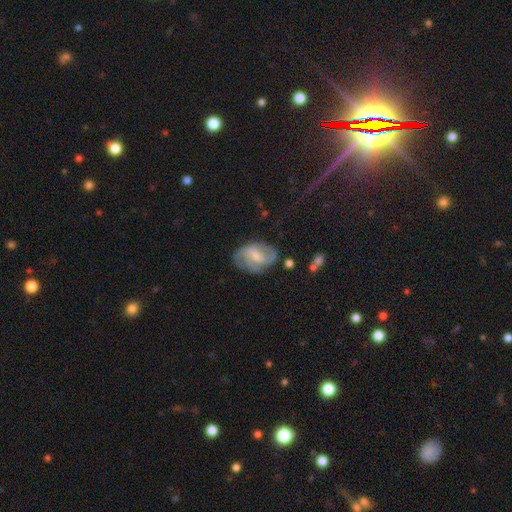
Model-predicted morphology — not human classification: Smooth or featured? featured or disk (65%)
Edge-on disk? no (97%)
Bar? weak (53%)
Spiral arms? yes (84%)
Spiral winding? medium (45%)
Spiral arm count? 2 (47%)
Bulge size? small (38%)
Merging? none (62%)